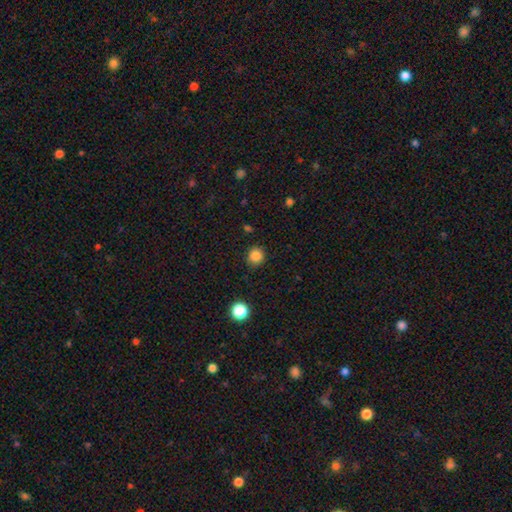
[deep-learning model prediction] This is clearly a smooth galaxy (84%). How rounded: clearly round (86%). Merging: clearly none (87%).